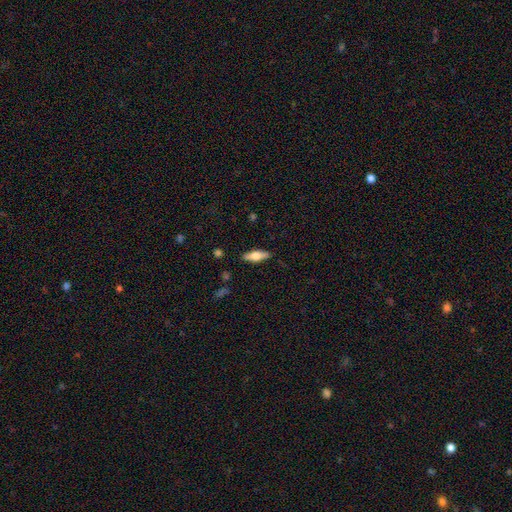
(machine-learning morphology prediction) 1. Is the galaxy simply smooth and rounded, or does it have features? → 55% smooth, 39% featured or disk, 6% star or artifact.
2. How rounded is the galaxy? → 59% in between, 38% cigar-shaped, 3% round.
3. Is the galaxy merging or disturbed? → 87% none, 9% minor disturbance, 2% major disturbance, 1% merger.